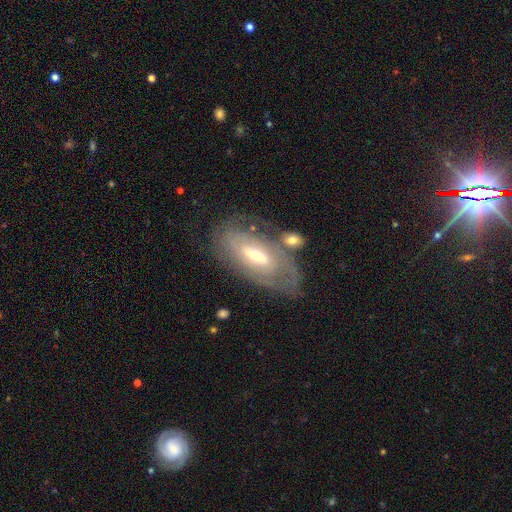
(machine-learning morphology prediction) smooth_or_featured: featured or disk (p=0.70) [alt: smooth p=0.23]
disk_edge_on: no (p=0.86) [alt: yes p=0.14]
bar: weak (p=0.42) [alt: no p=0.35]
has_spiral_arms: yes (p=0.67) [alt: no p=0.33]
bulge_size: moderate (p=0.56) [alt: small p=0.37]
merging: none (p=0.62) [alt: minor disturbance p=0.19]